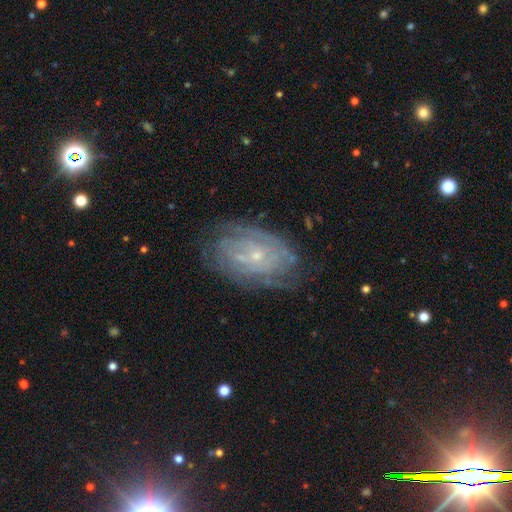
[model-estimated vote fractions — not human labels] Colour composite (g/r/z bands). It shows a featured or disk galaxy (78%) with no bar (69%), tight (72%) spiral arms (84%) and a small central bulge (80%). Merging: none (72%).